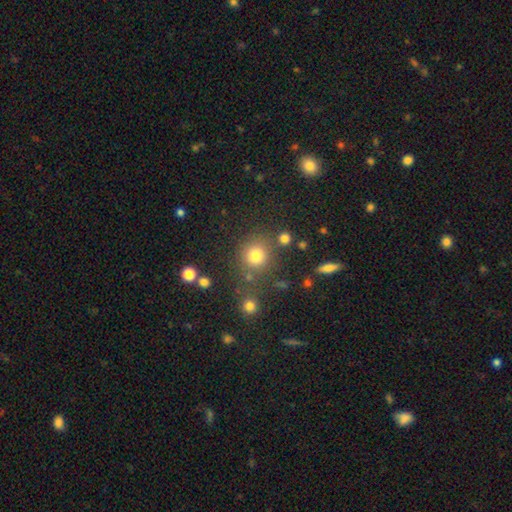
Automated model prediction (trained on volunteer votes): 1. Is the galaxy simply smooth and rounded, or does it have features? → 79% smooth, 14% star or artifact, 6% featured or disk.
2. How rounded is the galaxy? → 88% round, 11% in between, 1% cigar-shaped.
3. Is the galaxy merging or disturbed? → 73% none, 11% minor disturbance, 11% merger, 6% major disturbance.